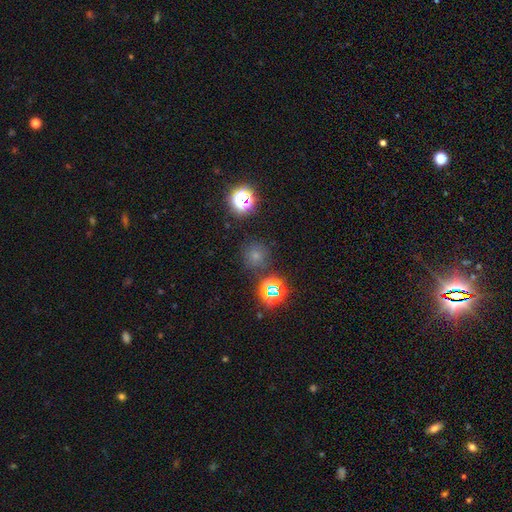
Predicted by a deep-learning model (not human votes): Smooth or featured: smooth — 61% (star or artifact — 31%)
How rounded: round — 93% (in between — 6%)
Merging: none — 82% (minor disturbance — 10%)